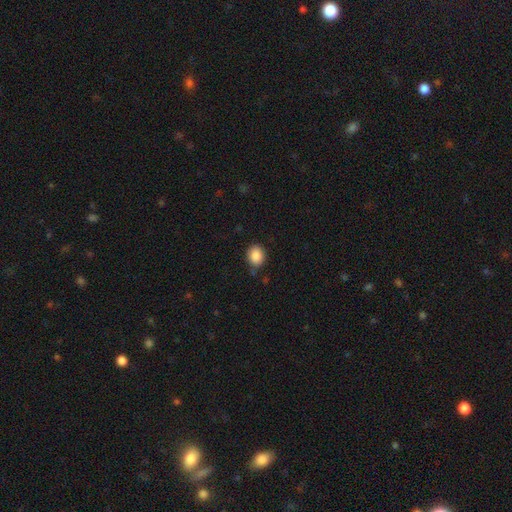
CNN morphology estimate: Smooth or featured? Predicted: smooth (p=0.88). How rounded? Predicted: round (p=0.56). Merging? Predicted: none (p=0.79).